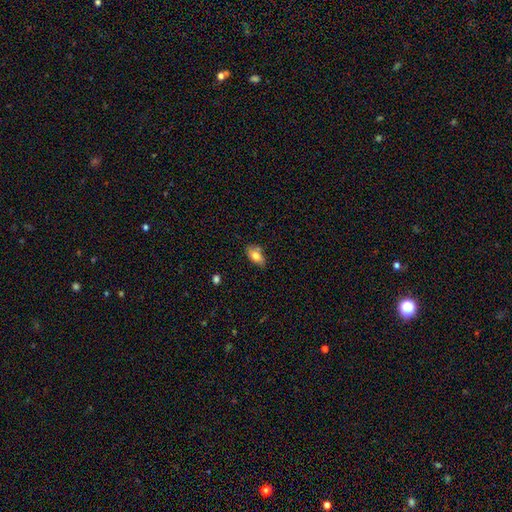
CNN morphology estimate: Smooth or featured?
  - smooth: 77% *
  - featured or disk: 15%
  - star or artifact: 8%
How rounded?
  - in between: 89% *
  - cigar-shaped: 6%
  - round: 5%
Merging?
  - none: 73% *
  - minor disturbance: 19%
  - merger: 5%
  - major disturbance: 3%